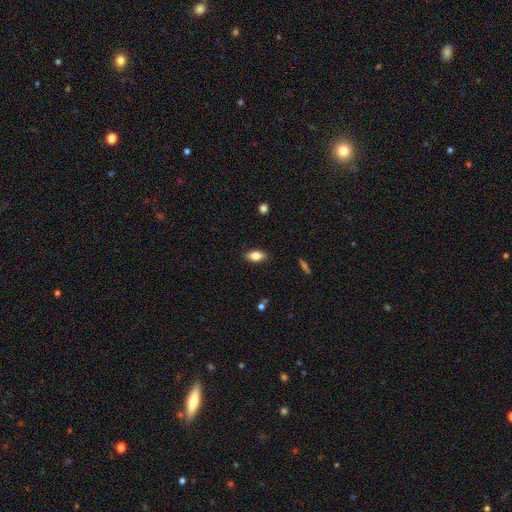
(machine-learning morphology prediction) smooth-or-featured: smooth: 79% | featured or disk: 13% | star or artifact: 8%
  how-rounded: in between: 88% | cigar-shaped: 8% | round: 5%
  merging: none: 86% | minor disturbance: 11% | major disturbance: 2% | merger: 1%